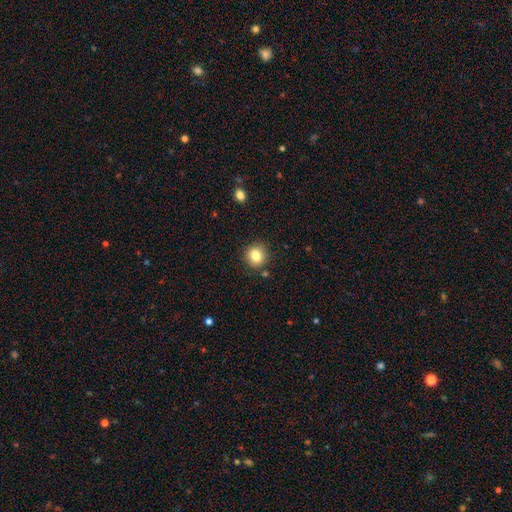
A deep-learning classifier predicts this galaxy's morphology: Smooth or featured? smooth (82%)
How rounded? round (86%)
Merging? none (87%)